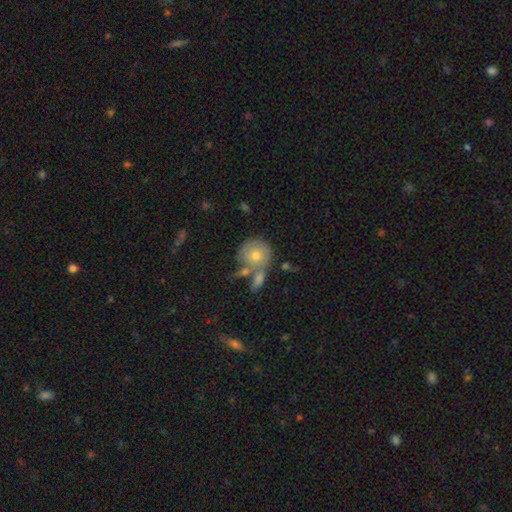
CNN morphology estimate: A smooth galaxy with no disk features (66%) that is round (87%). Merging: none (49%).